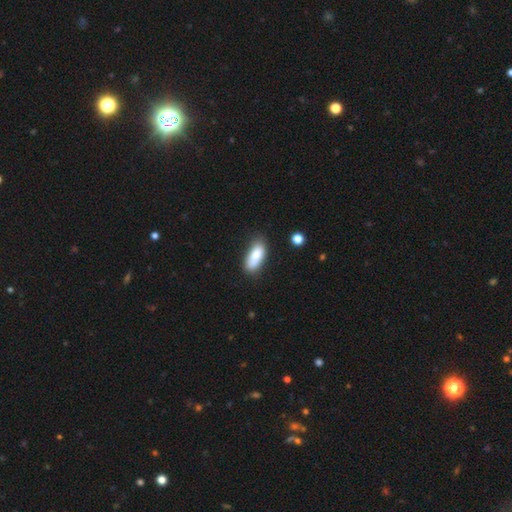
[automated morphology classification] This appears to be a smooth galaxy with no disk features (80%) that is in between round and cigar-shaped (77%). Merging: none (61%).